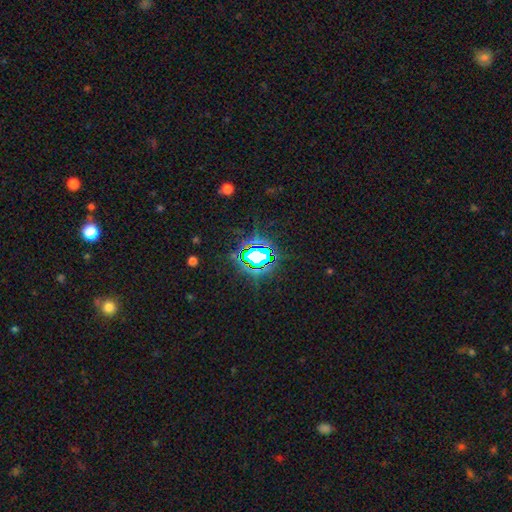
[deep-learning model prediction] Smooth or featured? Predicted: star or artifact (p=0.74).